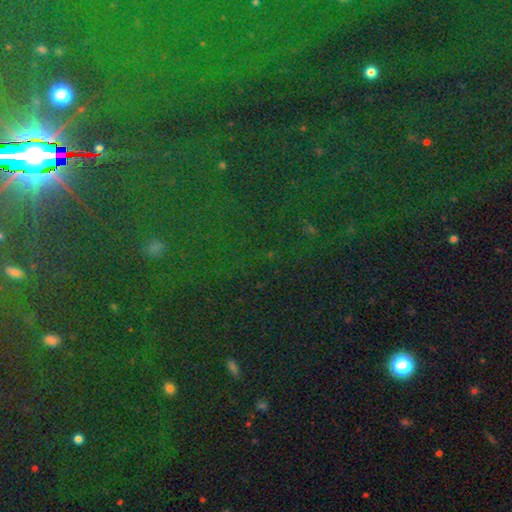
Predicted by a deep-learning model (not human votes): smooth-or-featured: star or artifact: 81% | smooth: 12% | featured or disk: 7%